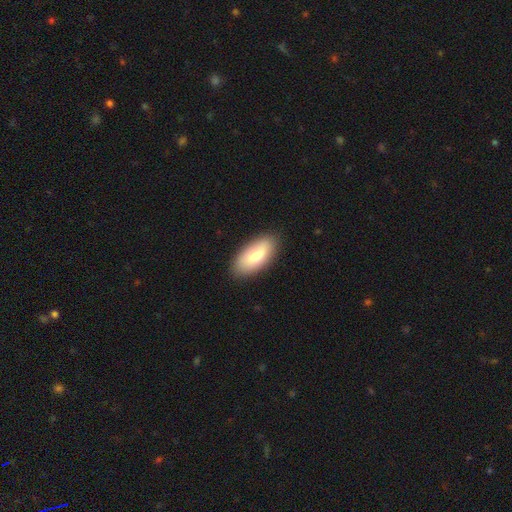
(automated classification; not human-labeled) Overall: smooth (74%). How rounded: in between (88%). Merging: none (86%).